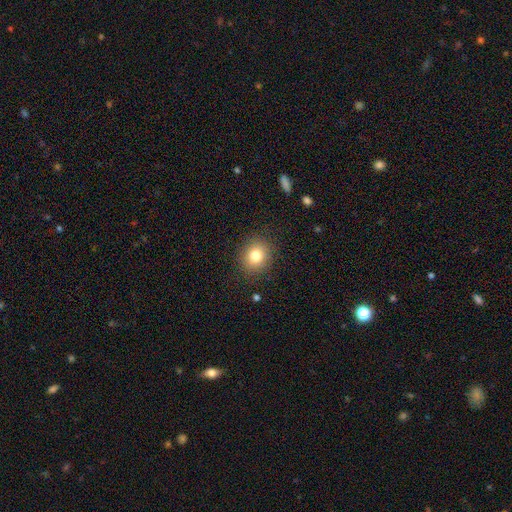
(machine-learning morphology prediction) Smooth or featured?
  - smooth: 80% *
  - star or artifact: 11%
  - featured or disk: 9%
How rounded?
  - round: 75% *
  - in between: 24%
  - cigar-shaped: 1%
Merging?
  - none: 88% *
  - minor disturbance: 8%
  - major disturbance: 3%
  - merger: 1%